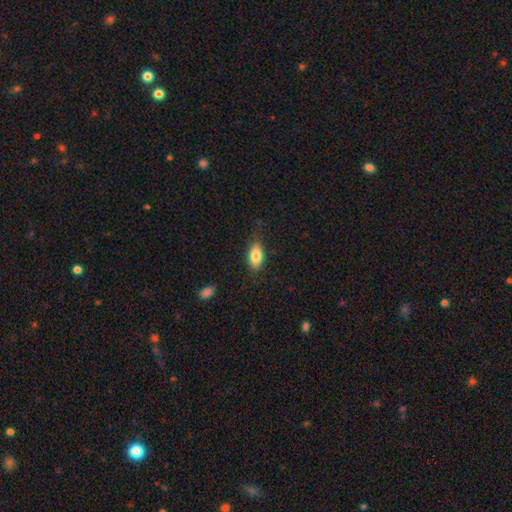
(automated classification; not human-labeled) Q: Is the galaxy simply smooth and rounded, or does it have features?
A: smooth — 80%.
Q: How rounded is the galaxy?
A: in between — 89%.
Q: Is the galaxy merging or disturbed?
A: none — 80%.